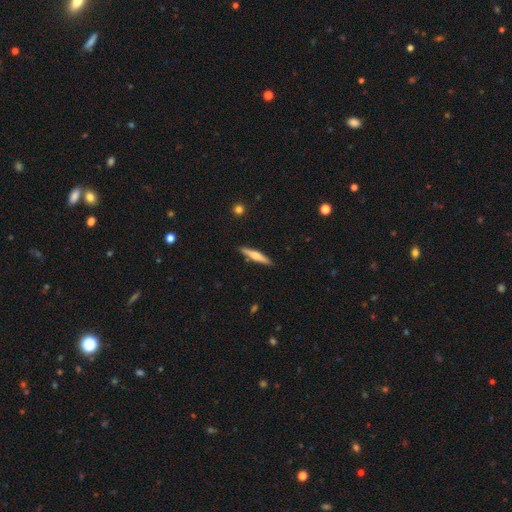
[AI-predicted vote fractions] Smooth or featured?
  - featured or disk: 48% *
  - smooth: 46%
  - star or artifact: 6%
Merging?
  - none: 88% *
  - minor disturbance: 8%
  - merger: 2%
  - major disturbance: 2%